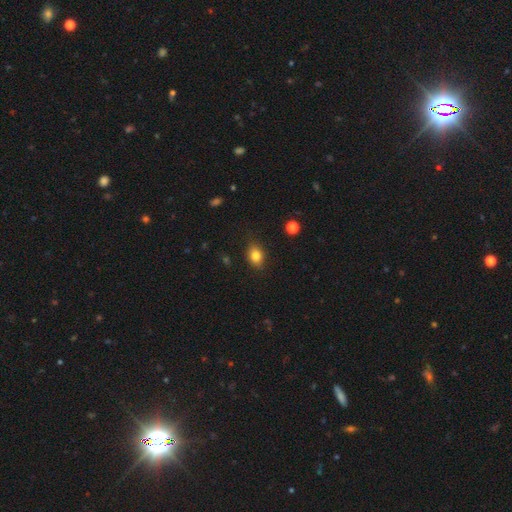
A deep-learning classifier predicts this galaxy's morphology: This is clearly a smooth galaxy (82%). How rounded: likely in between (67%). Merging: clearly none (83%).